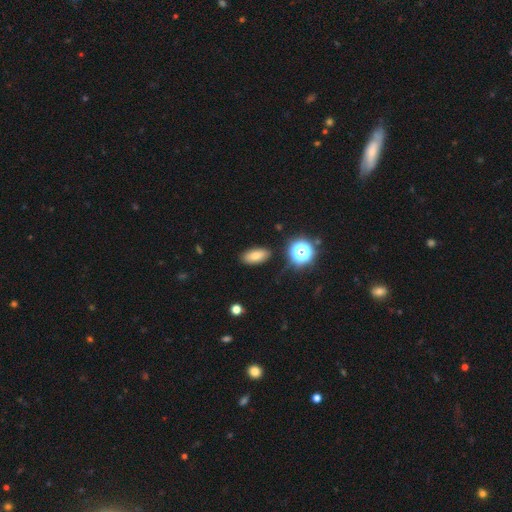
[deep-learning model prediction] Overall: smooth (76%). How rounded: in between (85%). Merging: none (85%).